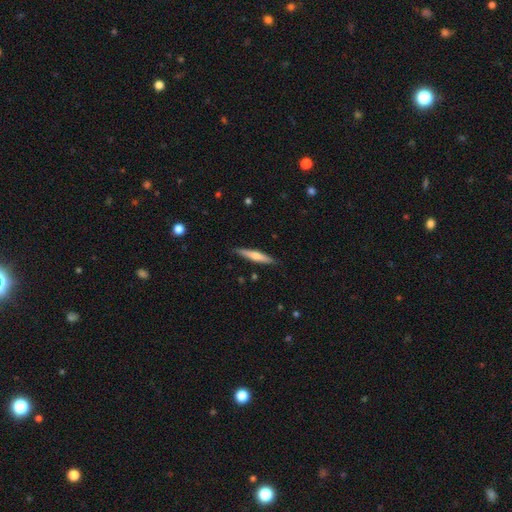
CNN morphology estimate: smooth_or_featured: smooth (p=0.55) [alt: featured or disk p=0.40]
how_rounded: cigar-shaped (p=0.90) [alt: in between p=0.09]
merging: none (p=0.89) [alt: minor disturbance p=0.09]